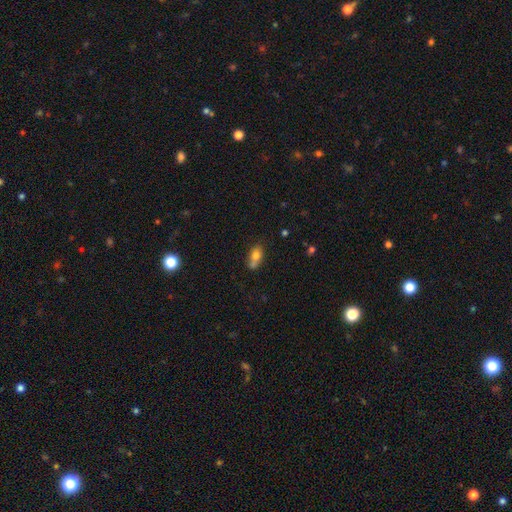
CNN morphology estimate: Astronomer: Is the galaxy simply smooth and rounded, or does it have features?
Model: smooth — 73%.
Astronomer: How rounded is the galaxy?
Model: in between — 75%.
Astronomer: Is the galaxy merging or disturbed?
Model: none — 40% (runner-up: merger, 37%).